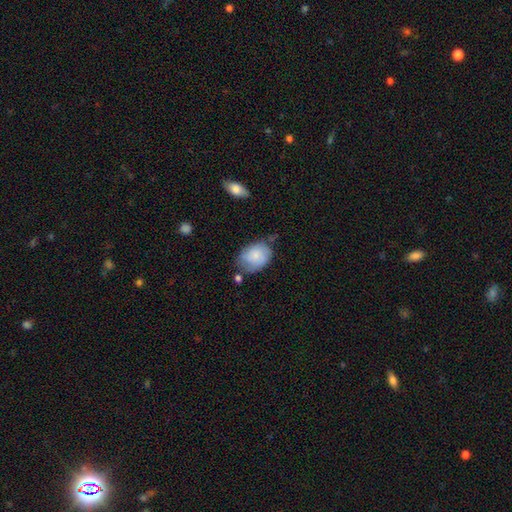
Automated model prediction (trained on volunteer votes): smooth_or_featured: smooth (p=0.73) [alt: featured or disk p=0.20]
how_rounded: in between (p=0.72) [alt: round p=0.27]
merging: none (p=0.55) [alt: minor disturbance p=0.30]